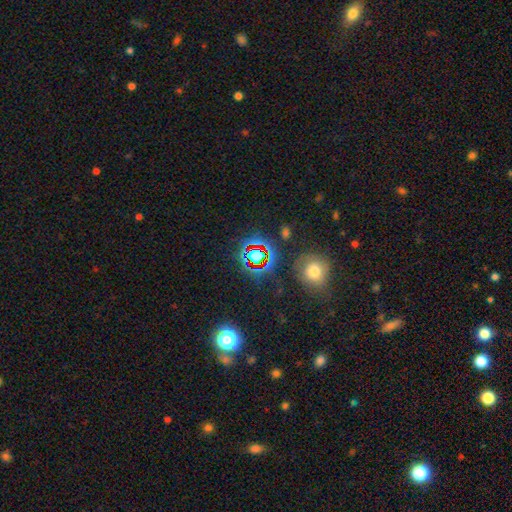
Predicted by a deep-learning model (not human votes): Smooth or featured? star or artifact (68%)